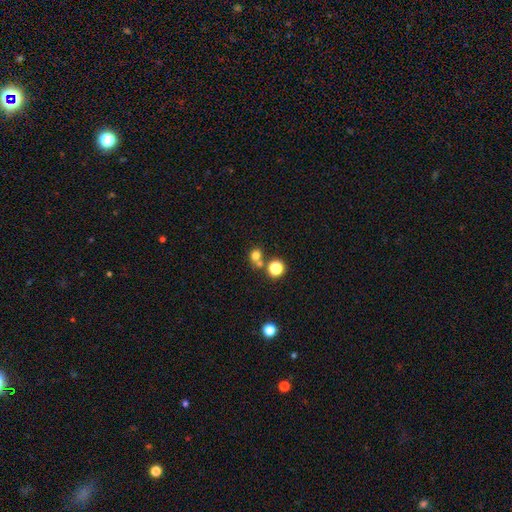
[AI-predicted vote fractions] This appears to be a smooth galaxy with no disk features (74%) that is round (78%). Merging: none (55%).